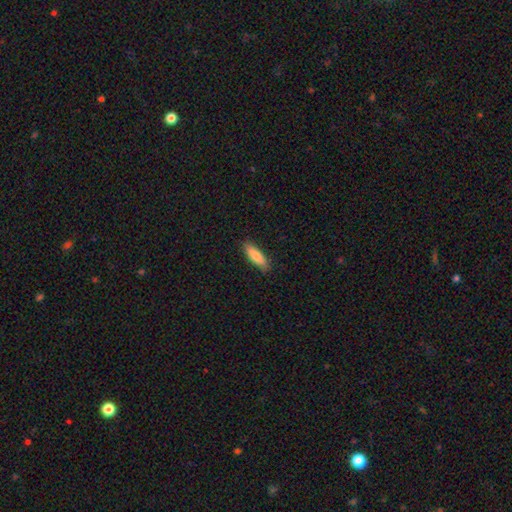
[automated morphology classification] Smooth or featured? smooth (81%)
How rounded? cigar-shaped (58%)
Merging? none (86%)